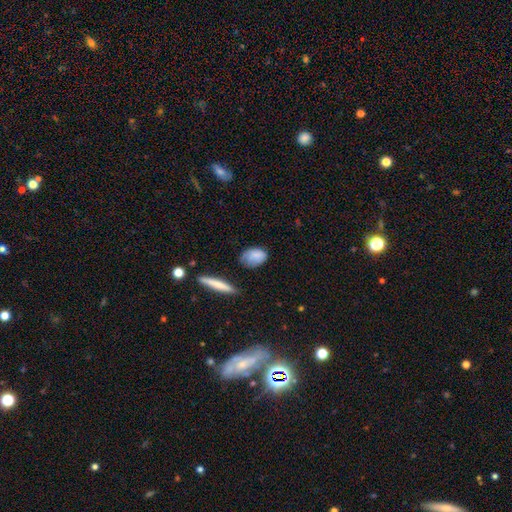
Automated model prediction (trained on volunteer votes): Smooth or featured? Predicted: smooth (p=0.78). How rounded? Predicted: in between (p=0.81). Merging? Predicted: none (p=0.57).